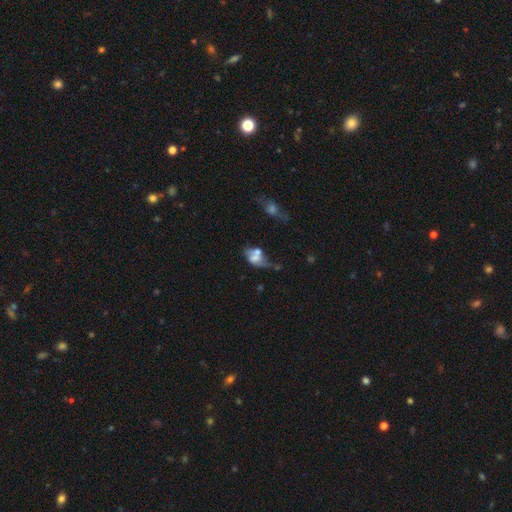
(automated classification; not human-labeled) A smooth galaxy with no disk features (48%). Merging: merger (40%).